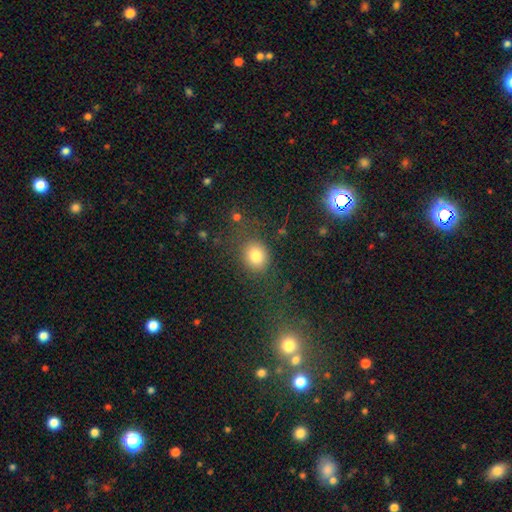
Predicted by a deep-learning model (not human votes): Smooth or featured: smooth — 81% (star or artifact — 12%)
How rounded: round — 62% (in between — 37%)
Merging: none — 76% (minor disturbance — 12%)